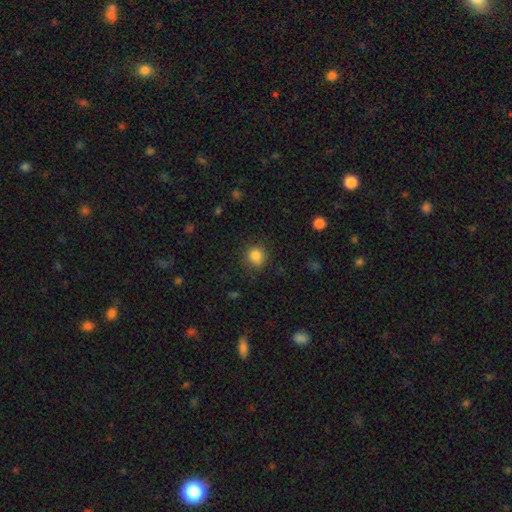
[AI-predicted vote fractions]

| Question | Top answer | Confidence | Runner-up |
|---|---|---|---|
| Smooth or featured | smooth | 85% | star or artifact (11%) |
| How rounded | round | 89% | in between (10%) |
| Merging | none | 83% | minor disturbance (12%) |